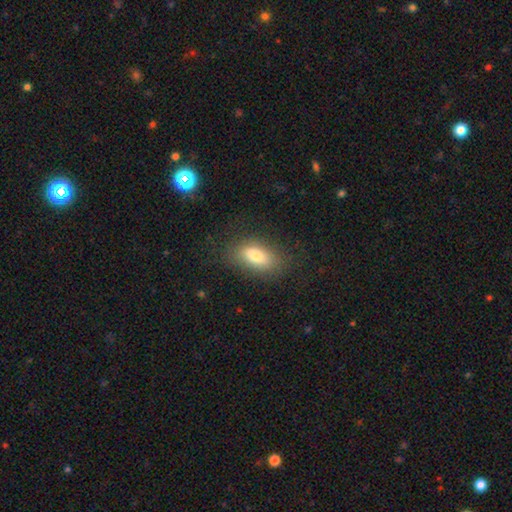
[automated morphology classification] Smooth or featured? smooth (78%)
How rounded? in between (87%)
Merging? none (80%)